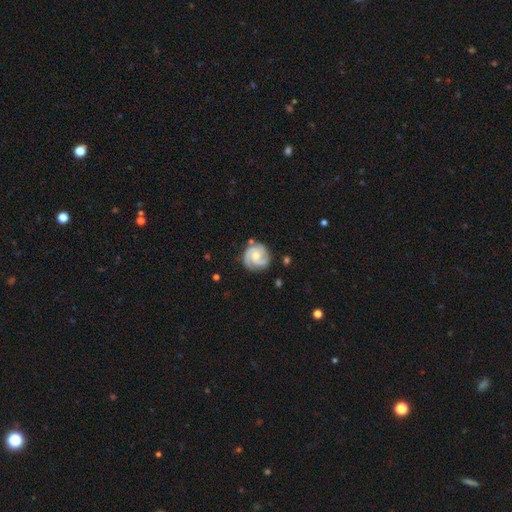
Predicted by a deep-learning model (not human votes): Overall: featured or disk (84%). Edge-on disk: no (98%). Bar: no (65%; weak 30%). Spiral arms: yes (97%). Spiral arm count: 2 (54%; 3 31%). Spiral winding: tight (56%; medium 37%). Bulge size: small (47%; moderate 46%). Merging: none (76%).